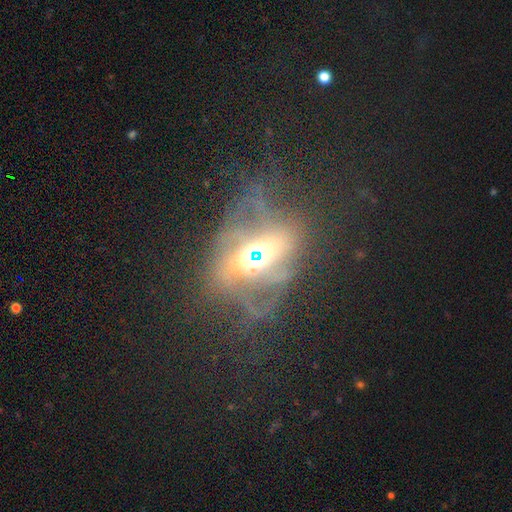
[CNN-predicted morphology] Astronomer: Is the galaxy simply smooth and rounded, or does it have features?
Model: featured or disk — 67%.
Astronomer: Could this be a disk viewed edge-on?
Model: no — 88%.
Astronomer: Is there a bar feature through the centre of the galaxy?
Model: no — 49% (runner-up: strong, 27%).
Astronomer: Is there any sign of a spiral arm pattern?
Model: yes — 55% (runner-up: no, 45%).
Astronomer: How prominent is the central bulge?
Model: moderate — 50%.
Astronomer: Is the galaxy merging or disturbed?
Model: none — 38% (runner-up: major disturbance, 37%).